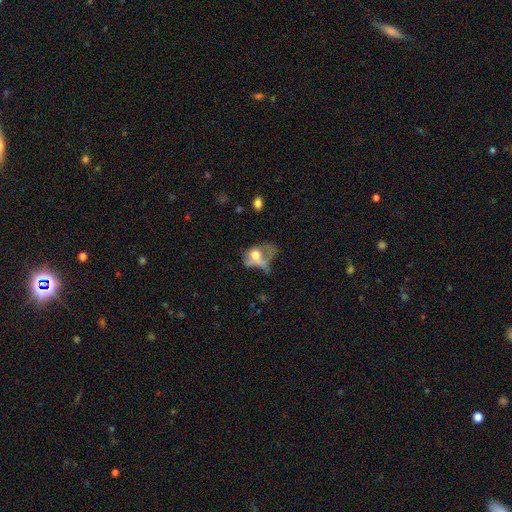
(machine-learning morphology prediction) Smooth or featured? Predicted: smooth (p=0.50). Merging? Predicted: major disturbance (p=0.49).